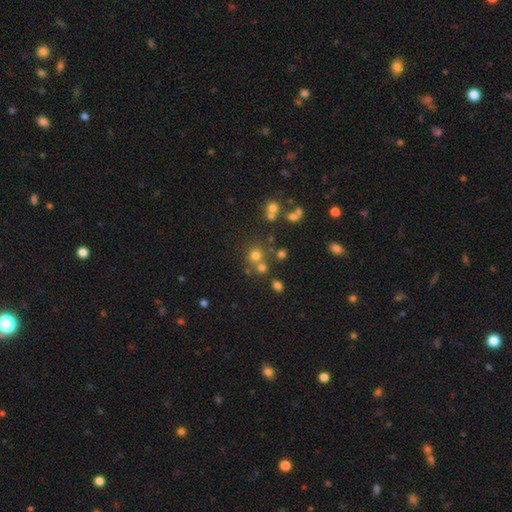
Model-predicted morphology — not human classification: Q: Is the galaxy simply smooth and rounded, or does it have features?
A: smooth — 67%.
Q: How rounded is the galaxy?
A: round — 88%.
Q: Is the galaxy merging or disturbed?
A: none — 63%.